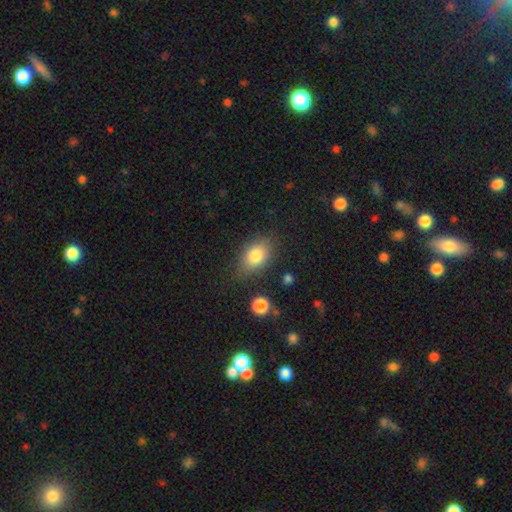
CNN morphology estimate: smooth-or-featured: smooth: 81% | featured or disk: 10% | star or artifact: 9%
  how-rounded: in between: 83% | round: 15% | cigar-shaped: 2%
  merging: none: 76% | minor disturbance: 16% | major disturbance: 5% | merger: 3%